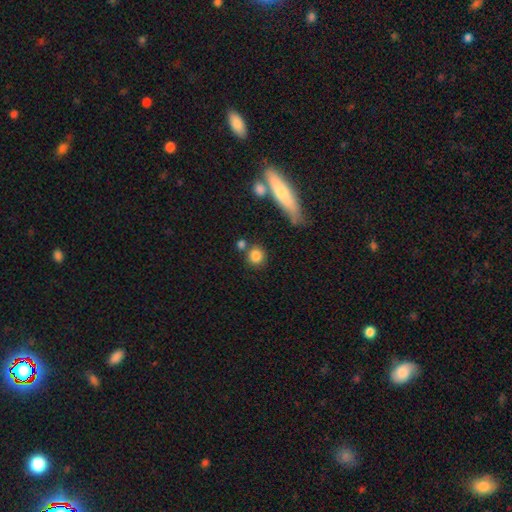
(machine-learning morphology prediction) Smooth or featured?
  - smooth: 83% *
  - star or artifact: 9%
  - featured or disk: 7%
How rounded?
  - round: 83% *
  - in between: 14%
  - cigar-shaped: 3%
Merging?
  - none: 72% *
  - merger: 13%
  - minor disturbance: 11%
  - major disturbance: 4%